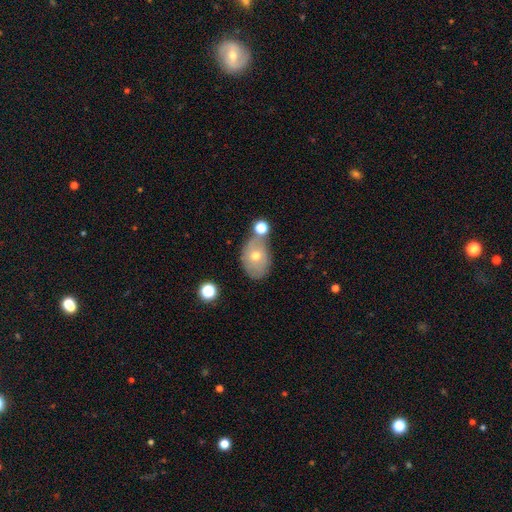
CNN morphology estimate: Q: Smooth or featured?
A: smooth (60%); runner-up: featured or disk (31%)
Q: How rounded?
A: in between (75%); runner-up: round (23%)
Q: Merging?
A: none (48%); runner-up: merger (24%)